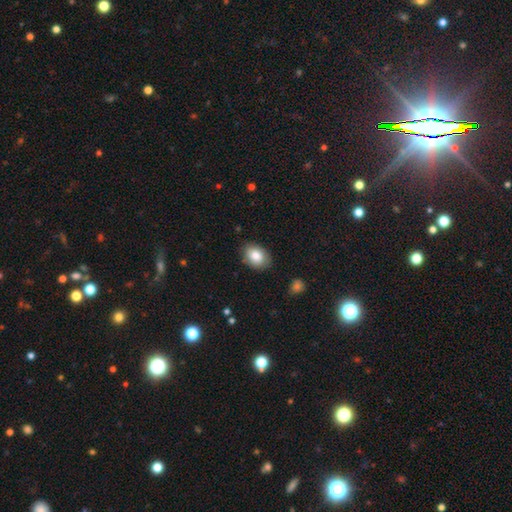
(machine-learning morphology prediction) smooth-or-featured: smooth: 82% | featured or disk: 10% | star or artifact: 8%
  how-rounded: in between: 75% | round: 24% | cigar-shaped: 1%
  merging: none: 83% | minor disturbance: 14% | major disturbance: 3% | merger: 1%